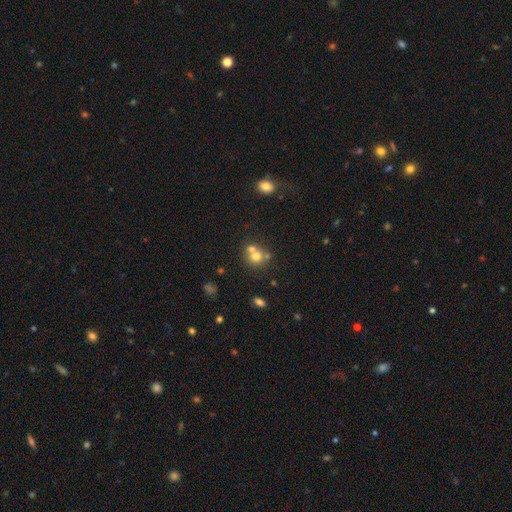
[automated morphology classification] This appears to be a smooth galaxy with no disk features (68%) that is round (81%). Merging: merger (48%).